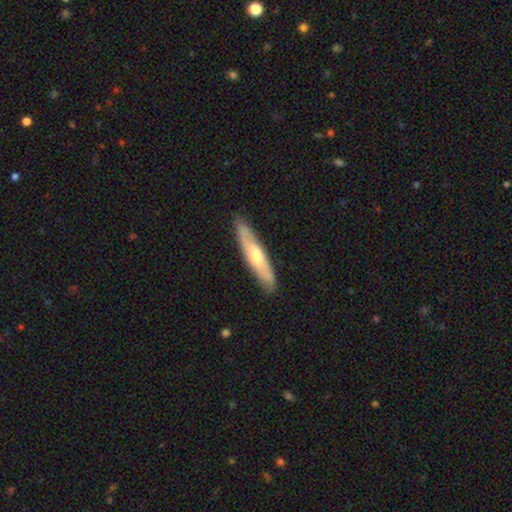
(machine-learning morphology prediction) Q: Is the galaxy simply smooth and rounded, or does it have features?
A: featured or disk — 47%, tied with smooth.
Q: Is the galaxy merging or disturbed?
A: none — 88%.